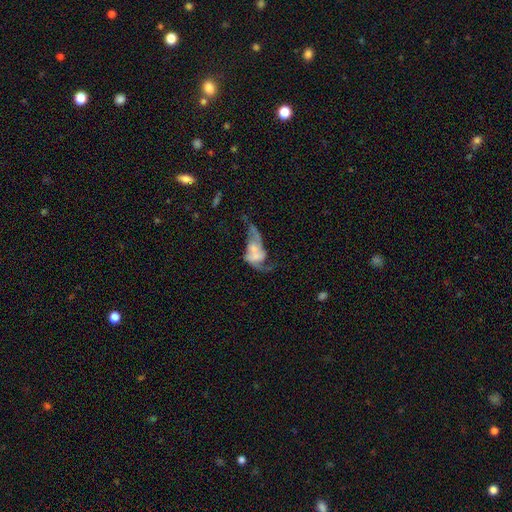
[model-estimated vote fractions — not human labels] Smooth or featured: featured or disk — 67% (smooth — 24%)
Edge-on disk: no — 96% (yes — 4%)
Bar: no — 67% (weak — 25%)
Spiral arms: yes — 73% (no — 27%)
Bulge size: small — 33% (none — 31%)
Merging: merger — 37% (major disturbance — 34%)